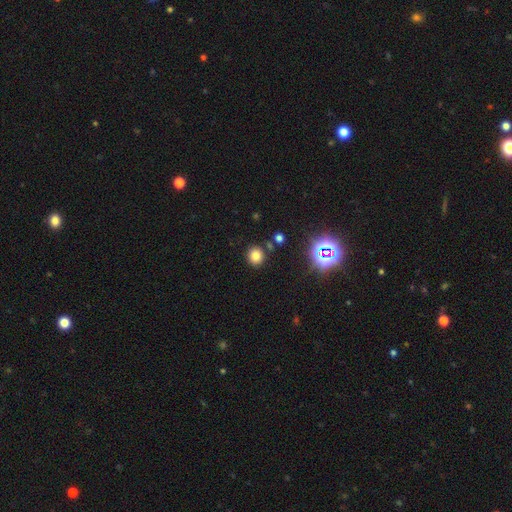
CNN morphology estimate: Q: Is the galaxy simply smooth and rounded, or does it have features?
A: smooth — 76%.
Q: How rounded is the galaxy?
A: round — 85%.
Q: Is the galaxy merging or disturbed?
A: none — 85%.